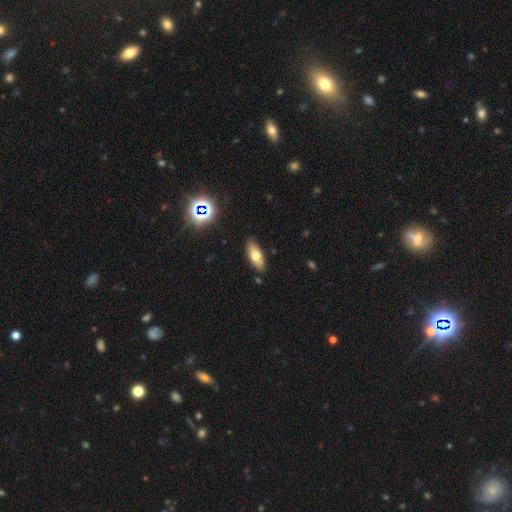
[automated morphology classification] A smooth galaxy with no disk features (68%) that is in between round and cigar-shaped (81%).

Vote fractions:
- Smooth or featured? smooth: 68% / featured or disk: 23% / star or artifact: 9%
- How rounded? in between: 81% / cigar-shaped: 16% / round: 3%
- Merging? none: 85% / minor disturbance: 11% / major disturbance: 2% / merger: 2%